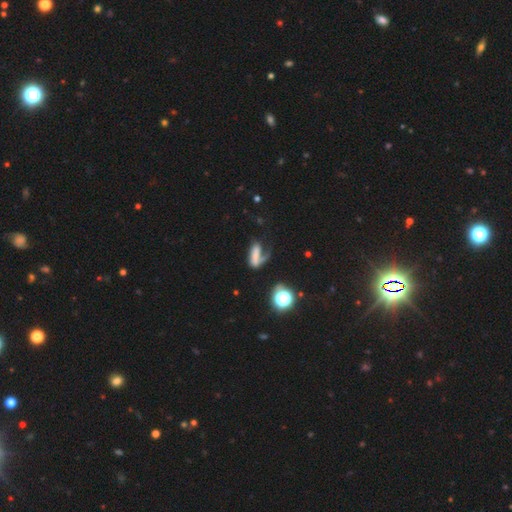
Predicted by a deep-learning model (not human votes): Q: Smooth or featured?
A: smooth (53%); runner-up: featured or disk (32%)
Q: How rounded?
A: in between (56%); runner-up: cigar-shaped (33%)
Q: Merging?
A: major disturbance (37%); runner-up: none (32%)